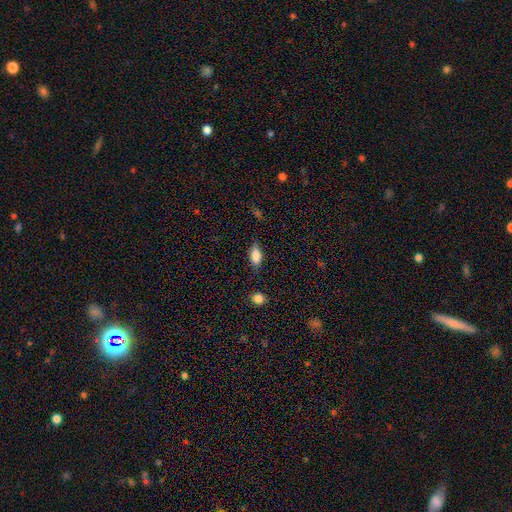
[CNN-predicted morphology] smooth 82%, featured or disk 10%, star or artifact 8%. Down the decision tree: how rounded — in between (86%); merging — none (77%).